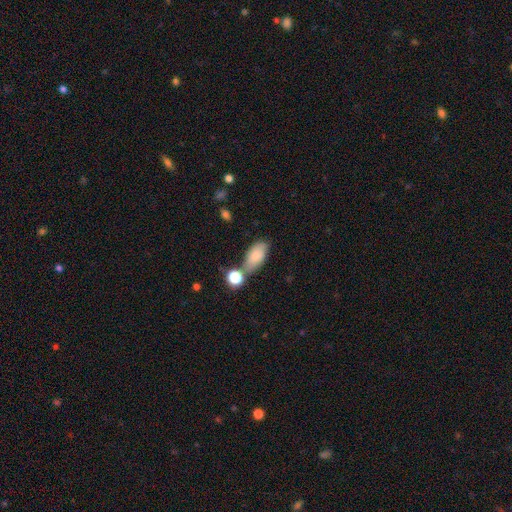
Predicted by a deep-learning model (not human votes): smooth-or-featured: smooth: 78% | featured or disk: 14% | star or artifact: 8%
  how-rounded: in between: 90% | round: 5% | cigar-shaped: 5%
  merging: none: 59% | merger: 18% | minor disturbance: 18% | major disturbance: 5%